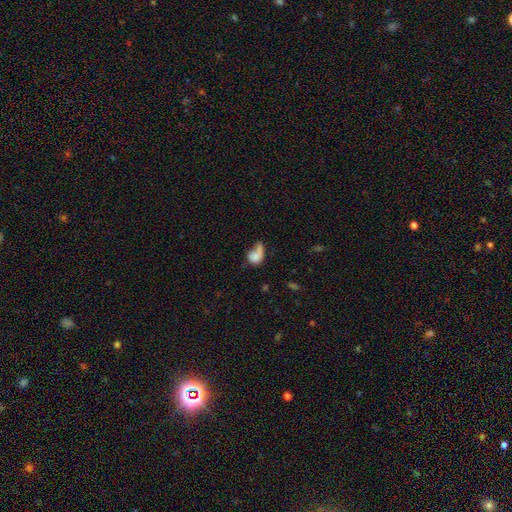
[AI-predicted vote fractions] This is likely a smooth galaxy (69%). How rounded: likely in between (61%). Merging: marginally major disturbance (34%).